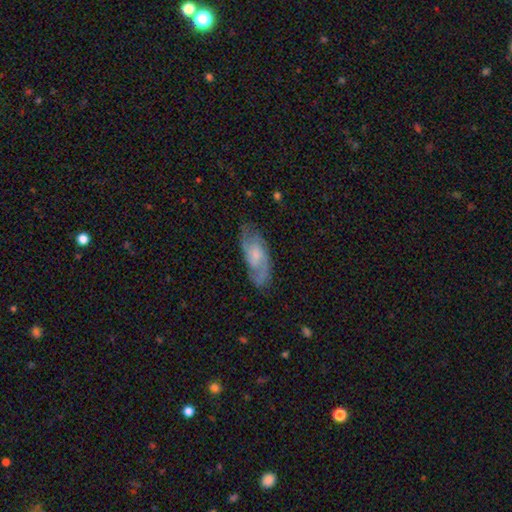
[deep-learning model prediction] Q: Smooth or featured?
A: featured or disk (75%); runner-up: smooth (19%)
Q: Edge-on disk?
A: no (93%); runner-up: yes (7%)
Q: Bar?
A: no (53%); runner-up: weak (40%)
Q: Spiral arms?
A: yes (94%); runner-up: no (6%)
Q: Spiral winding?
A: medium (50%); runner-up: tight (34%)
Q: Spiral arm count?
A: 2 (71%); runner-up: can't tell (14%)
Q: Bulge size?
A: small (45%); runner-up: moderate (28%)
Q: Merging?
A: none (74%); runner-up: minor disturbance (18%)